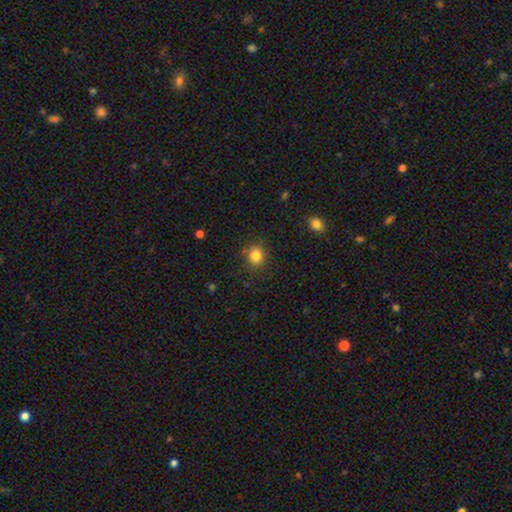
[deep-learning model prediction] Overall: smooth (83%). How rounded: round (87%). Merging: none (86%).